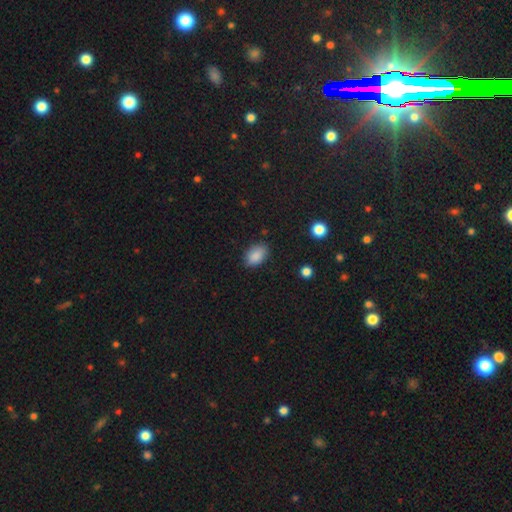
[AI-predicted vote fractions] This is clearly a smooth galaxy (88%). How rounded: clearly in between (89%). Merging: clearly none (82%).